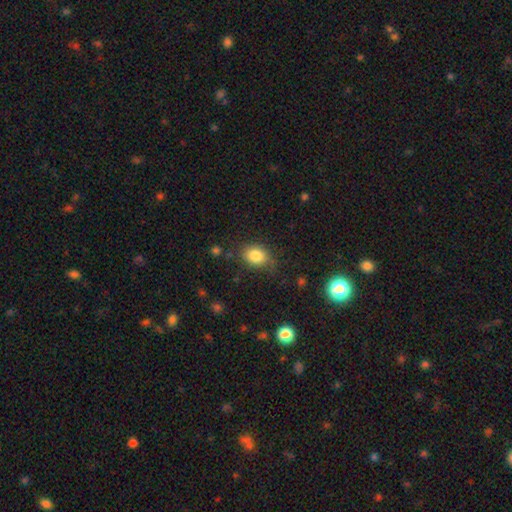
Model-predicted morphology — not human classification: The model was most divided on "how rounded": in between: 64%, round: 34%, cigar-shaped: 1%. More confident: smooth or featured — smooth (83%); merging — none (72%).